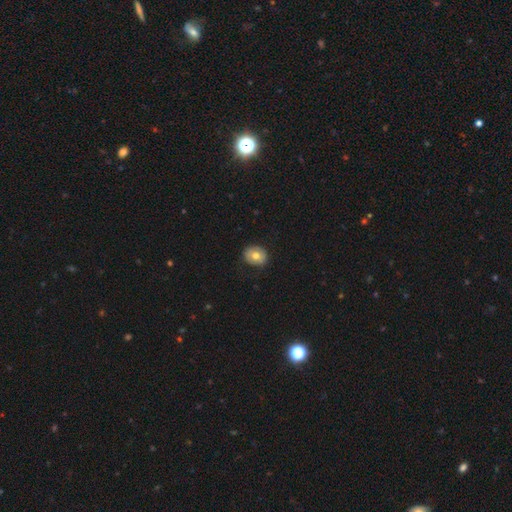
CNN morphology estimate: A smooth galaxy with no disk features (68%) that is round (57%).

Vote fractions:
- Smooth or featured? smooth: 68% / featured or disk: 24% / star or artifact: 7%
- How rounded? round: 57% / in between: 42% / cigar-shaped: 1%
- Merging? none: 84% / minor disturbance: 13% / major disturbance: 3% / merger: 1%